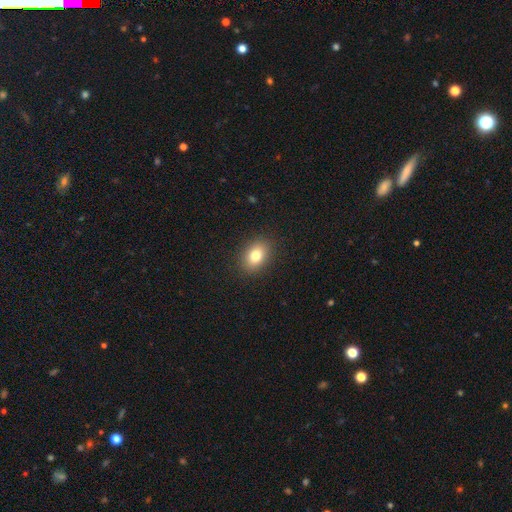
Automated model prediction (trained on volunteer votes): The model was most divided on "how rounded": in between: 74%, round: 25%, cigar-shaped: 1%. More confident: merging — none (89%); smooth or featured — smooth (81%).